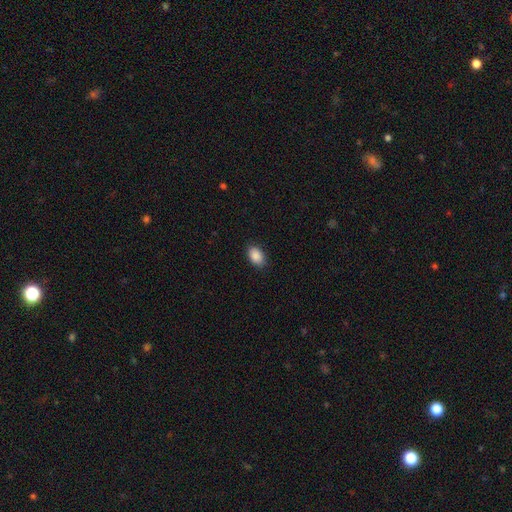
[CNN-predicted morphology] Q: Smooth or featured?
A: smooth (89%); runner-up: star or artifact (7%)
Q: How rounded?
A: in between (90%); runner-up: round (9%)
Q: Merging?
A: none (88%); runner-up: minor disturbance (9%)